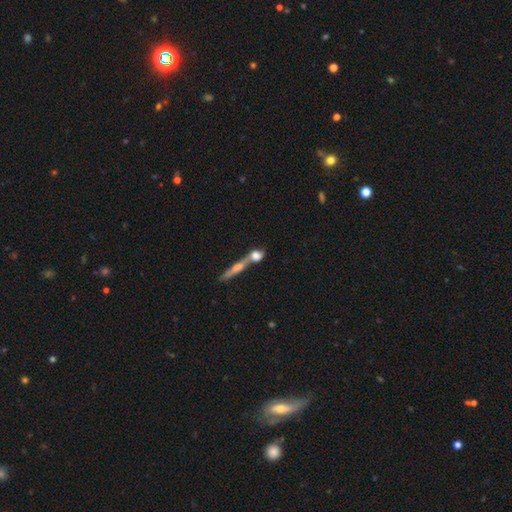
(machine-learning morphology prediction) smooth 62%, featured or disk 27%, star or artifact 11%. Down the decision tree: how rounded — round (39%); merging — merger (51%).